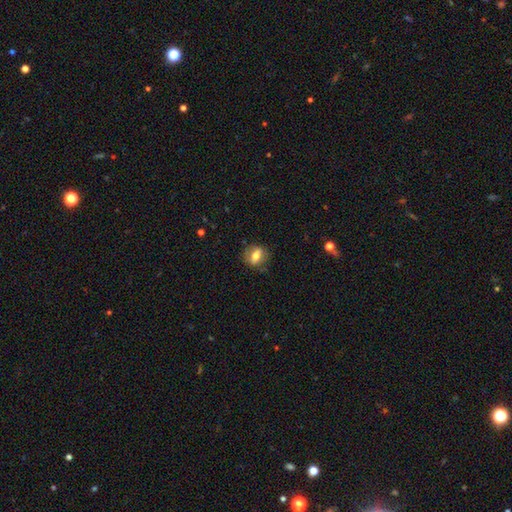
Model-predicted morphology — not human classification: smooth-or-featured: smooth: 61% | featured or disk: 30% | star or artifact: 9%
  how-rounded: in between: 50% | round: 46% | cigar-shaped: 3%
  merging: none: 77% | minor disturbance: 16% | major disturbance: 6% | merger: 1%